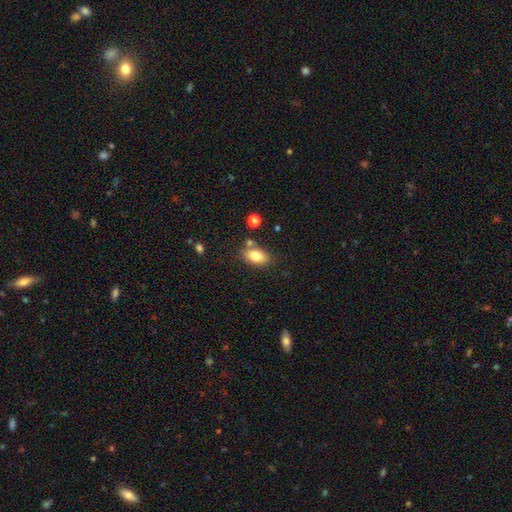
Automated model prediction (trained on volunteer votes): This is clearly a smooth galaxy (81%). How rounded: clearly in between (87%). Merging: likely none (74%).